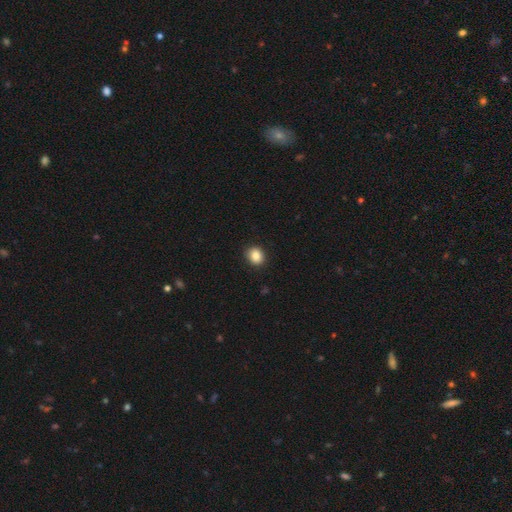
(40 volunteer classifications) This is clearly a smooth galaxy (98%). How rounded: clearly round (85%). Merging: likely none (69%).